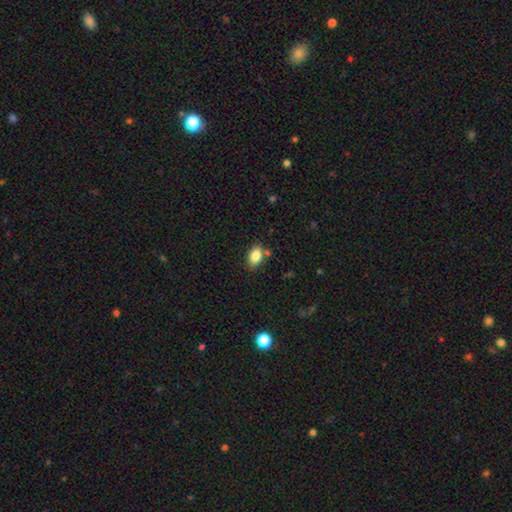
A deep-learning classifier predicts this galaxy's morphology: type=smooth (85%); roundness=in between (87%); merging=none (75%).